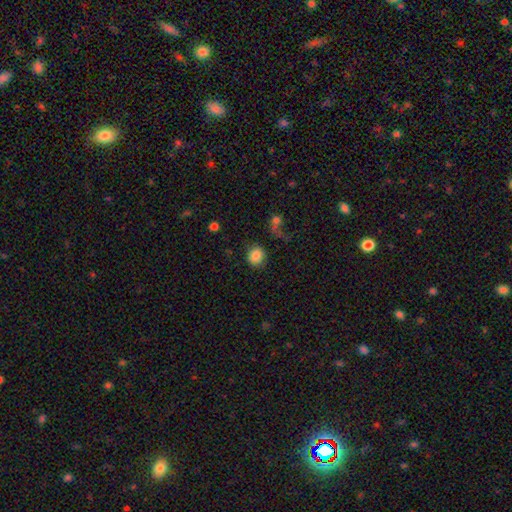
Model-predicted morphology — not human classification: Smooth or featured?
  - smooth: 84% *
  - star or artifact: 9%
  - featured or disk: 7%
How rounded?
  - round: 80% *
  - in between: 19%
  - cigar-shaped: 1%
Merging?
  - none: 76% *
  - minor disturbance: 11%
  - major disturbance: 7%
  - merger: 5%